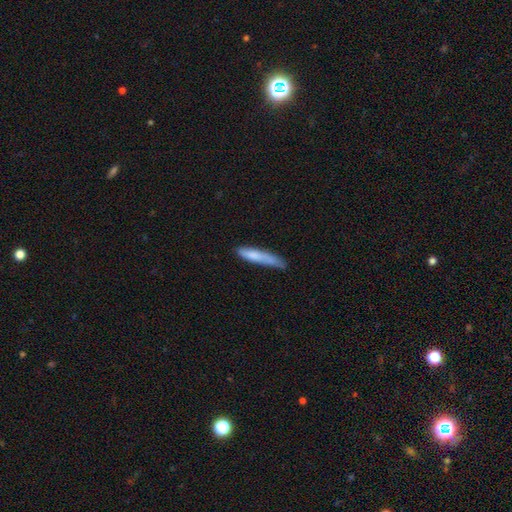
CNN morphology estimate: The model was most divided on "merging": none: 61%, minor disturbance: 29%, major disturbance: 6%, merger: 3%. More confident: how rounded — cigar-shaped (91%); smooth or featured — smooth (75%).